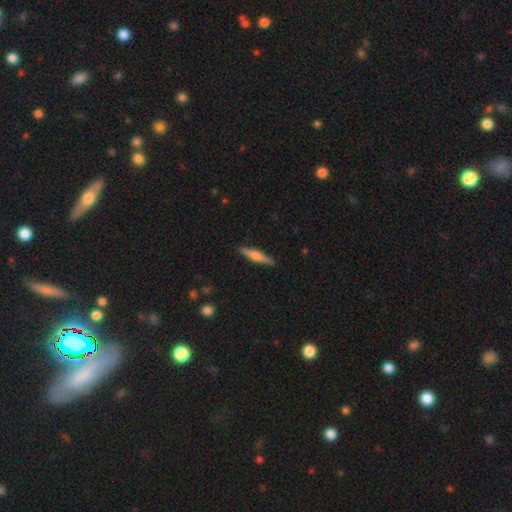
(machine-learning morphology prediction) The model was most divided on "smooth or featured": featured or disk: 54%, smooth: 41%, star or artifact: 6%. More confident: edge-on disk — yes (97%); merging — none (90%); edge-on bulge — rounded (82%).